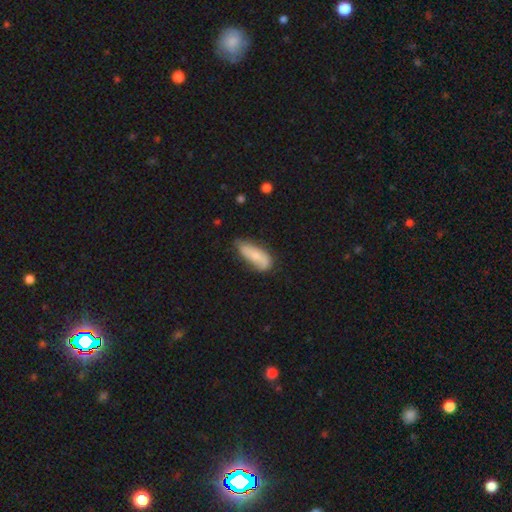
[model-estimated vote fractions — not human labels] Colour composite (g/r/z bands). It shows a smooth galaxy with no disk features (69%) that is in between round and cigar-shaped (70%). Merging: none (55%).